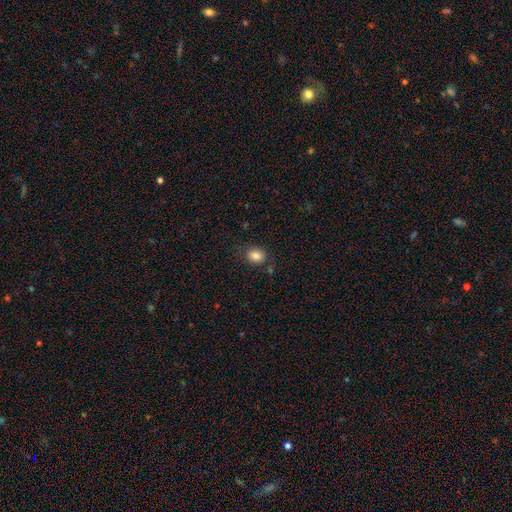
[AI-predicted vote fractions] smooth_or_featured: smooth (p=0.84) [alt: star or artifact p=0.10]
how_rounded: in between (p=0.55) [alt: round p=0.44]
merging: none (p=0.80) [alt: minor disturbance p=0.12]